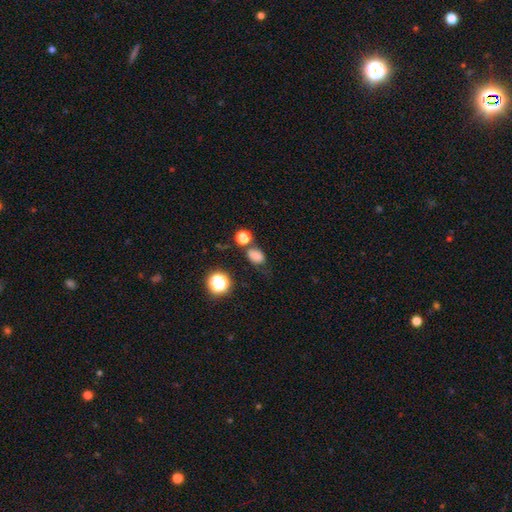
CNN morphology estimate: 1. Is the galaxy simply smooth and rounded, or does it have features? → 78% smooth, 15% star or artifact, 7% featured or disk.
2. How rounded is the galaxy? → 73% in between, 25% round, 1% cigar-shaped.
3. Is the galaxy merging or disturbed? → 62% none, 18% minor disturbance, 14% merger, 6% major disturbance.